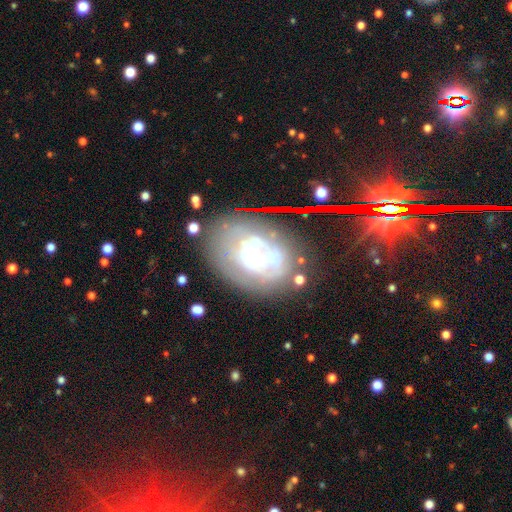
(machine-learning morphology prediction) Overall: featured or disk (66%). Edge-on disk: no (96%). Bar: no (80%). Spiral arms: yes (51%; no 49%). Bulge size: small (71%). Merging: none (61%; minor disturbance 21%).